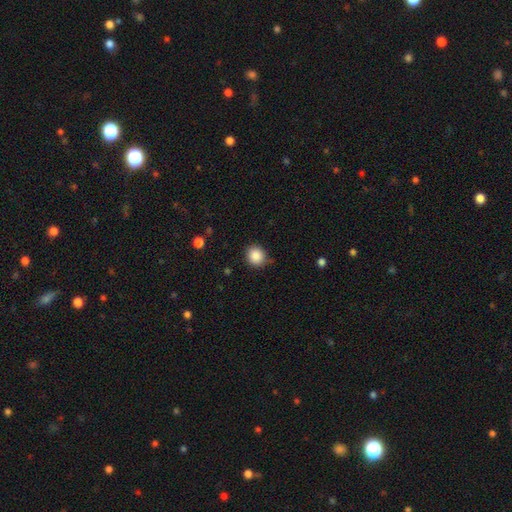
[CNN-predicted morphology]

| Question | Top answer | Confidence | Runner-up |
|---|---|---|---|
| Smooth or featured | smooth | 87% | star or artifact (9%) |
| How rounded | round | 84% | in between (15%) |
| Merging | none | 85% | minor disturbance (11%) |